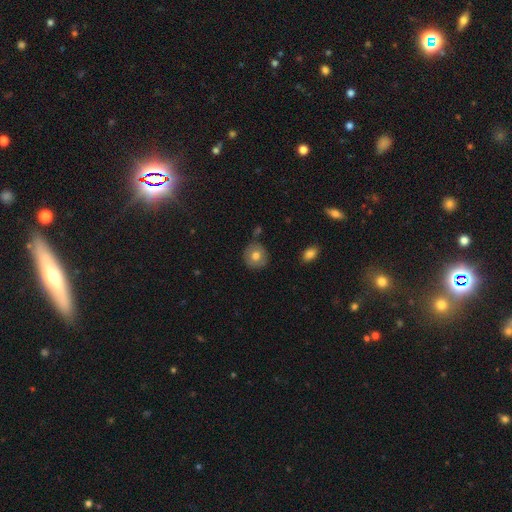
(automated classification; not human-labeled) smooth 74%, featured or disk 18%, star or artifact 8%. Down the decision tree: how rounded — round (89%); merging — none (78%).